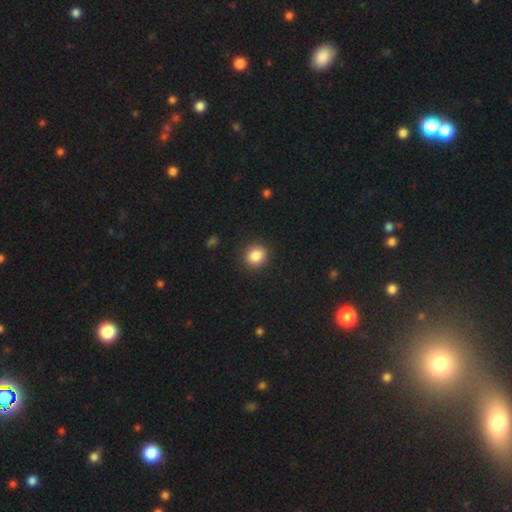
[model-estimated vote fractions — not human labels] The model was most divided on "how rounded": round: 81%, in between: 18%, cigar-shaped: 1%. More confident: merging — none (90%); smooth or featured — smooth (86%).